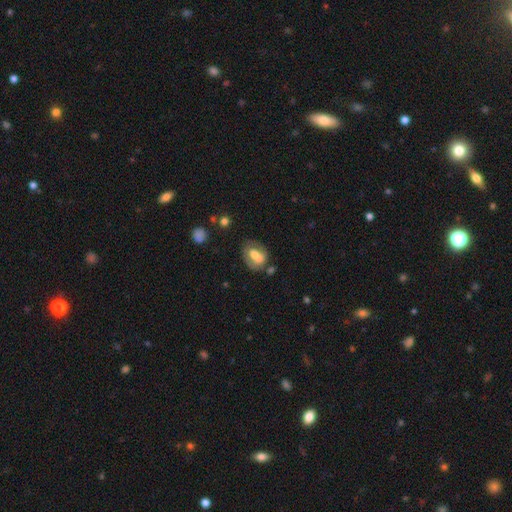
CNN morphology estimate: This is possibly a smooth galaxy (50%). How rounded: likely in between (73%). Merging: possibly none (49%).